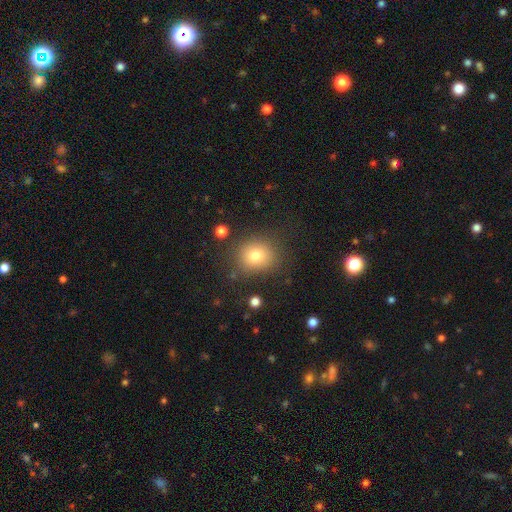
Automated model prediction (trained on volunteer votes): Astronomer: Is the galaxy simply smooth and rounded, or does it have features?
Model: smooth — 77%.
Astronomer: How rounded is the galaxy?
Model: round — 76%.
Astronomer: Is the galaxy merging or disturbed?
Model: none — 82%.